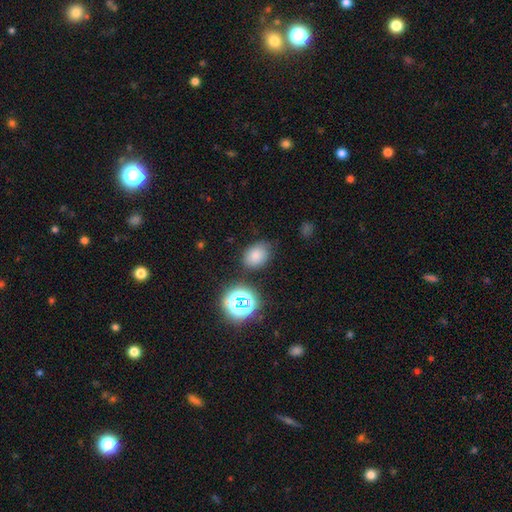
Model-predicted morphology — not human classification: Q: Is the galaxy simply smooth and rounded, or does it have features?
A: smooth — 75%.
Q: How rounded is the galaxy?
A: in between — 62%.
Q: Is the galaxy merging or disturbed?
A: none — 76%.